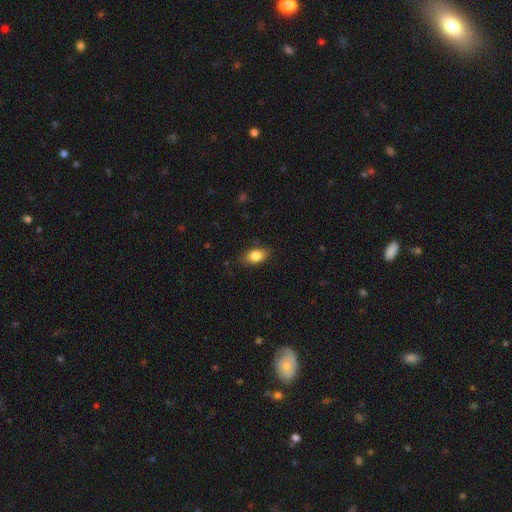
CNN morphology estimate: The model was most divided on "merging": none: 81%, minor disturbance: 14%, major disturbance: 3%, merger: 1%. More confident: how rounded — in between (89%); smooth or featured — smooth (83%).